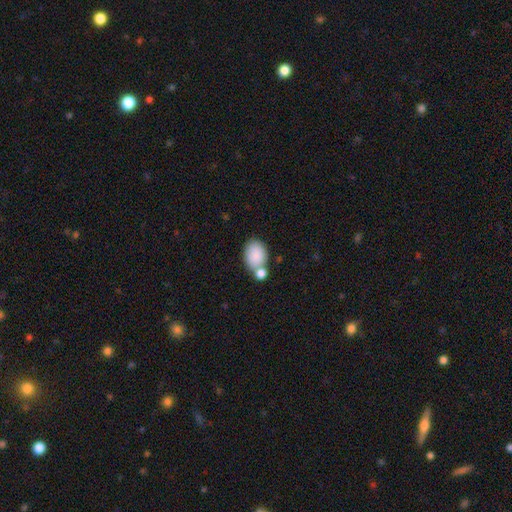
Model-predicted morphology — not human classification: Overall: smooth (86%). How rounded: in between (75%). Merging: none (49%; merger 33%).